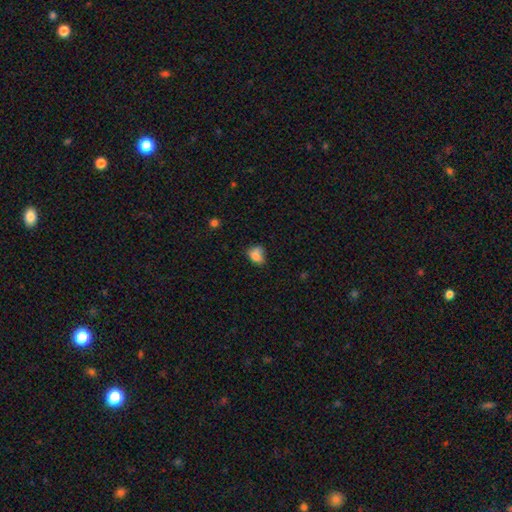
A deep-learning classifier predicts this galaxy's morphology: This appears to be a smooth galaxy with no disk features (77%) that is in between round and cigar-shaped (61%). Merging: none (42%).